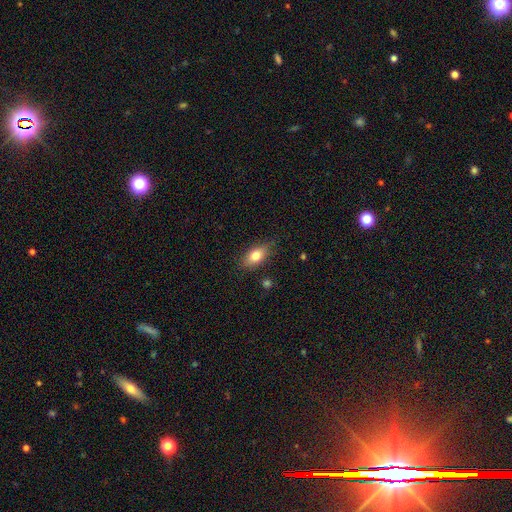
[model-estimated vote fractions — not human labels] Smooth or featured? smooth (78%)
How rounded? in between (86%)
Merging? none (79%)